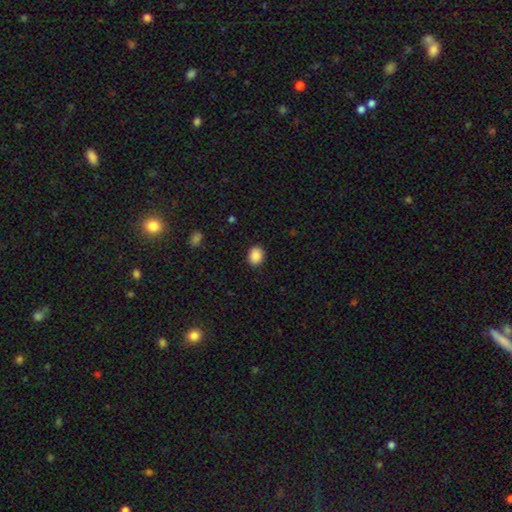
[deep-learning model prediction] Smooth or featured? smooth (89%)
How rounded? round (54%)
Merging? none (88%)